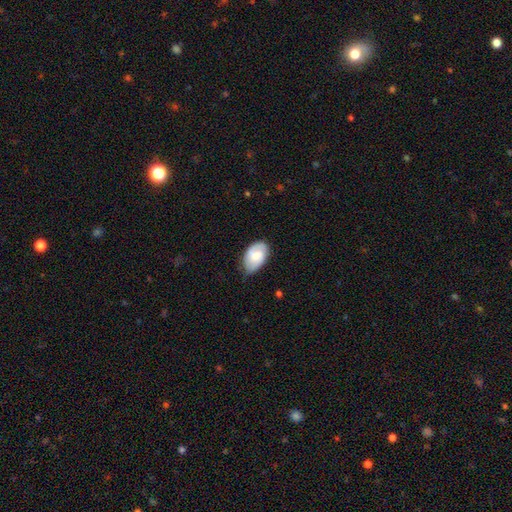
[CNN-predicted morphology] Smooth or featured? smooth (49%)
Merging? none (65%)